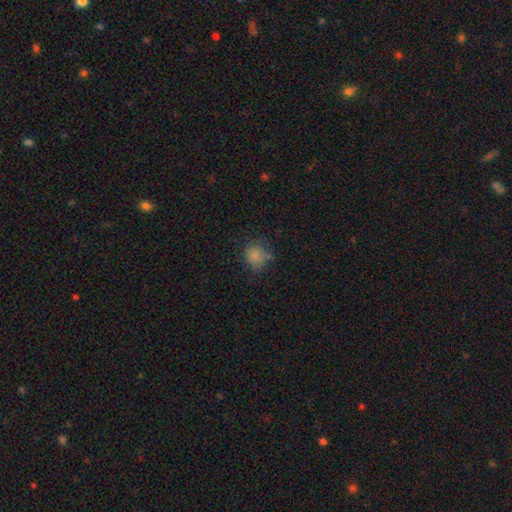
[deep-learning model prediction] This appears to be a smooth galaxy with no disk features (78%) that is round (73%). Merging: none (63%).